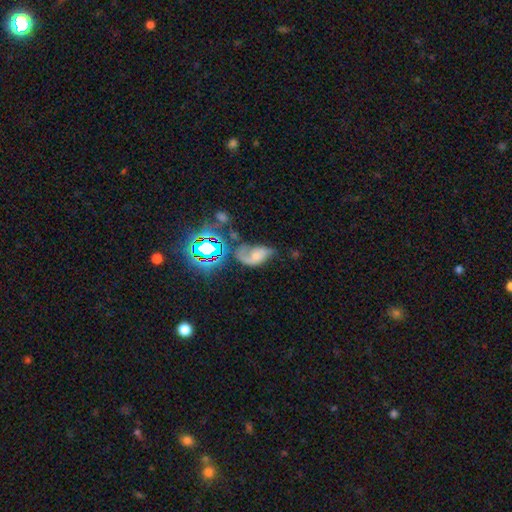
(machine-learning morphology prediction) Overall: featured or disk (51%; smooth 34%). Edge-on disk: no (95%). Merging: major disturbance (32%; none 29%).